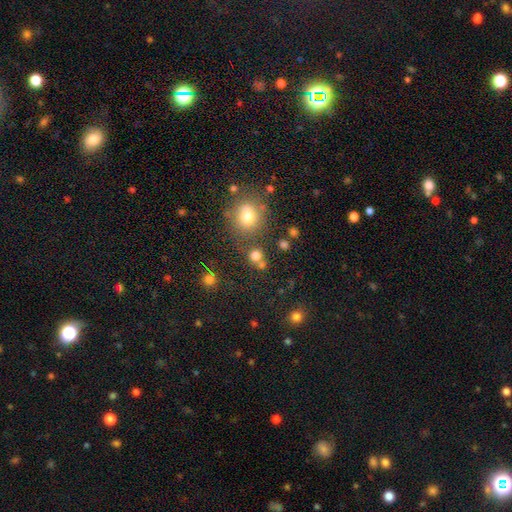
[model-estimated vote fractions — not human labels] This appears to be a smooth galaxy with no disk features (74%) that is round (86%). Merging: none (66%).